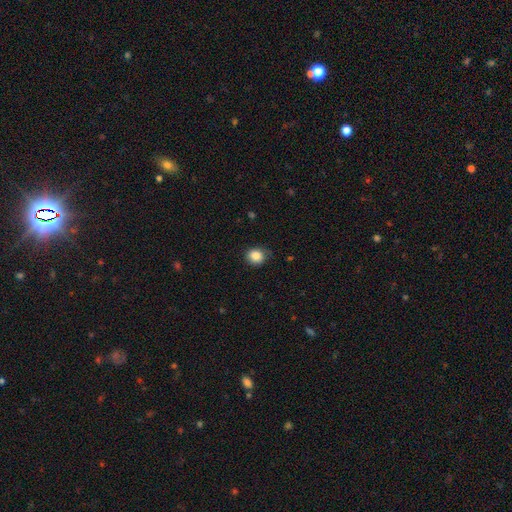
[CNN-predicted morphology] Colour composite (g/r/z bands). It shows a smooth galaxy with no disk features (86%) that is round (79%). Merging: none (77%).